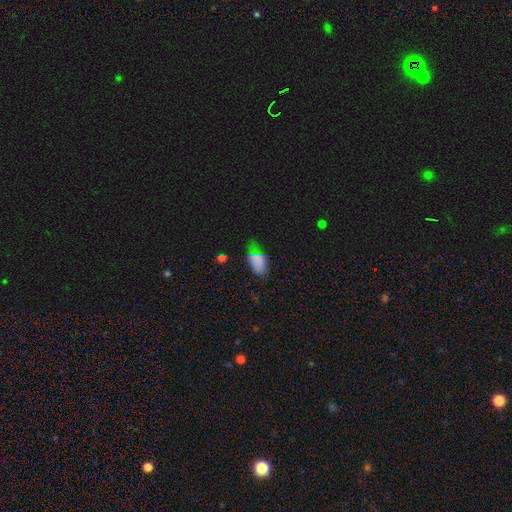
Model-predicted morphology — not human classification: A smooth galaxy with no disk features (65%) that is in between round and cigar-shaped (89%). Merging: none (62%).